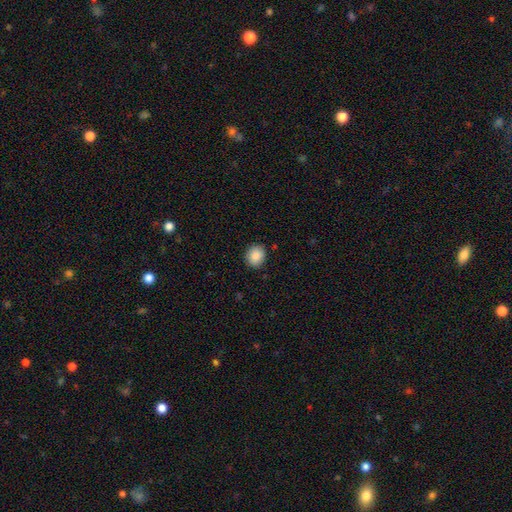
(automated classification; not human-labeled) Smooth or featured?
  - smooth: 88% *
  - star or artifact: 8%
  - featured or disk: 4%
How rounded?
  - round: 67% *
  - in between: 32%
  - cigar-shaped: 1%
Merging?
  - none: 88% *
  - minor disturbance: 9%
  - major disturbance: 2%
  - merger: 1%